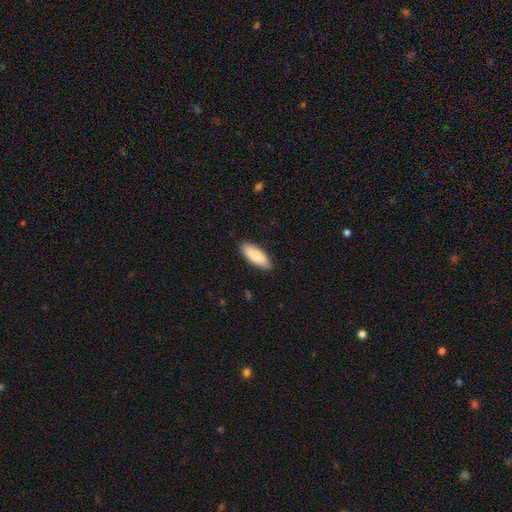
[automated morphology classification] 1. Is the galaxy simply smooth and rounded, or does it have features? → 85% smooth, 10% featured or disk, 5% star or artifact.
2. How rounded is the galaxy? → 68% in between, 31% cigar-shaped, 2% round.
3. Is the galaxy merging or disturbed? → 87% none, 10% minor disturbance, 2% major disturbance, 1% merger.